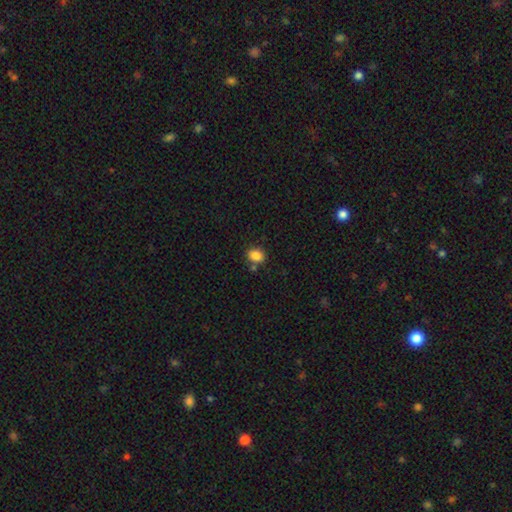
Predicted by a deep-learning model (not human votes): Overall: smooth (85%). How rounded: round (50%, tied with in between). Merging: none (73%).